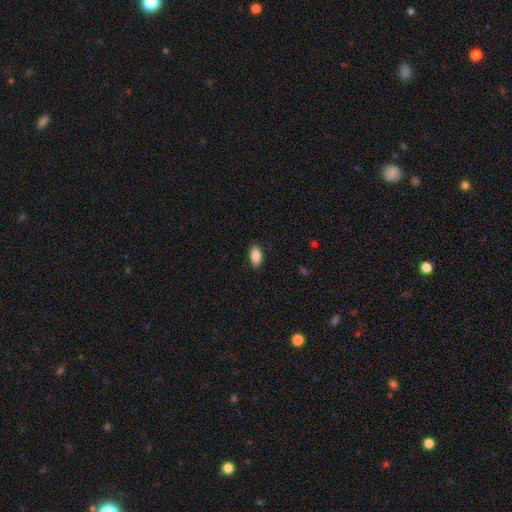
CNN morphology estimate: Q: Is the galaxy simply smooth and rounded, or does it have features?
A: smooth — 86%.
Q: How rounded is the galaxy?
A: in between — 92%.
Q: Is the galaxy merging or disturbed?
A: none — 88%.